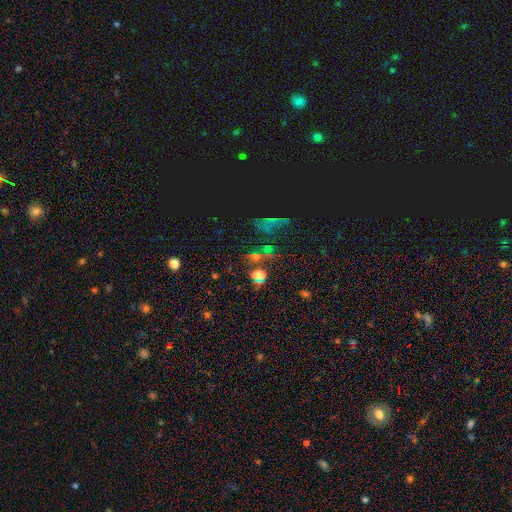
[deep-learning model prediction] Smooth or featured? star or artifact (56%)